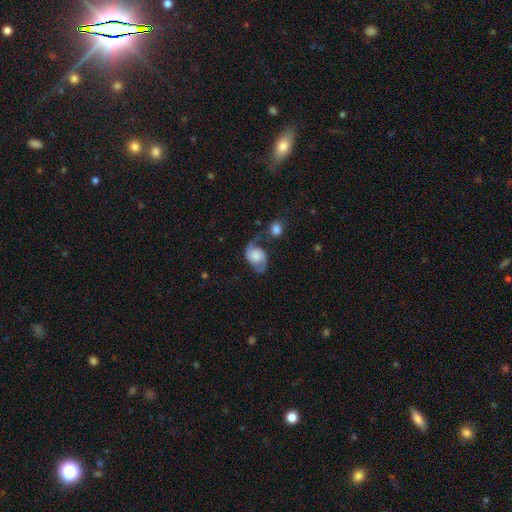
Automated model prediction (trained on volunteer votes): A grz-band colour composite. It shows a featured or disk galaxy (71%) with no bar (71%), 2 (88%) loose (47%) spiral arms (93%) and a large central bulge (30%). Merging: none (46%).